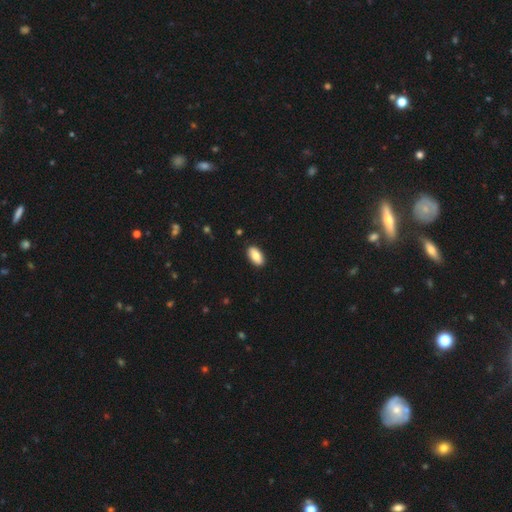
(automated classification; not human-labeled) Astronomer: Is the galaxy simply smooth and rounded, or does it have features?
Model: smooth — 83%.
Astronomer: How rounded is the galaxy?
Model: in between — 94%.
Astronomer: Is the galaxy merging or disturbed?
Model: none — 90%.